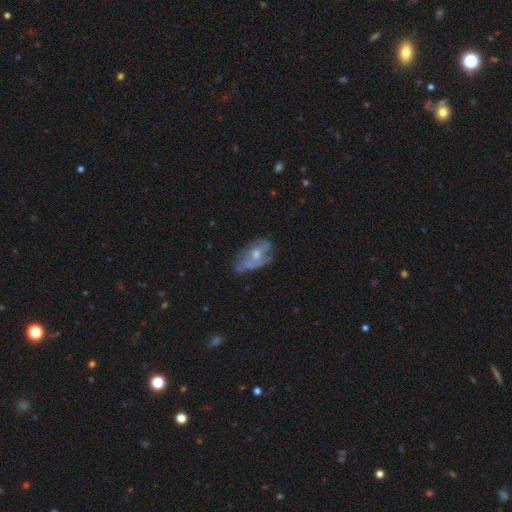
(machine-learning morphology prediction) Smooth or featured? featured or disk (65%)
Edge-on disk? no (94%)
Bar? no (74%)
Spiral arms? yes (59%)
Bulge size? moderate (59%)
Merging? none (48%)